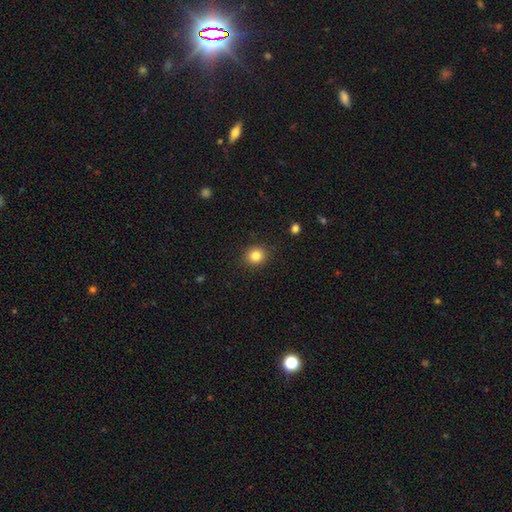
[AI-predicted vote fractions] A smooth galaxy with no disk features (84%) that is round (82%).

Vote fractions:
- Smooth or featured? smooth: 84% / star or artifact: 11% / featured or disk: 6%
- How rounded? round: 82% / in between: 17% / cigar-shaped: 1%
- Merging? none: 89% / minor disturbance: 7% / major disturbance: 2% / merger: 1%